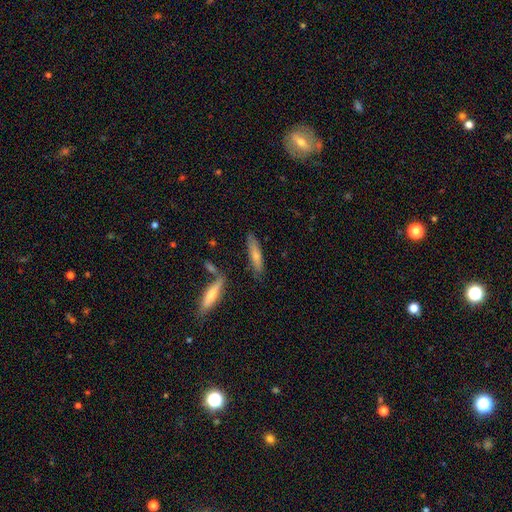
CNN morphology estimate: smooth_or_featured: smooth (p=0.67) [alt: featured or disk p=0.27]
how_rounded: cigar-shaped (p=0.78) [alt: in between p=0.20]
merging: none (p=0.75) [alt: minor disturbance p=0.15]